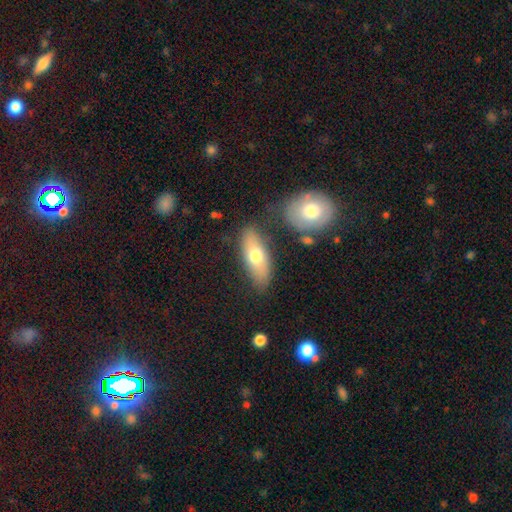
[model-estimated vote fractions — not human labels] Smooth or featured? Predicted: smooth (p=0.66). How rounded? Predicted: in between (p=0.74). Merging? Predicted: none (p=0.76).